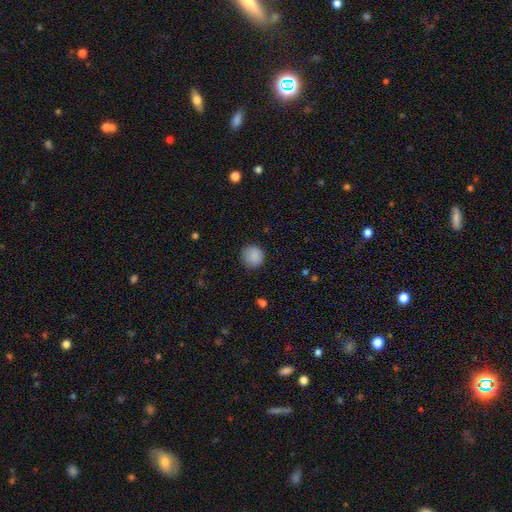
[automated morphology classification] Smooth or featured?
  - smooth: 88% *
  - star or artifact: 8%
  - featured or disk: 3%
How rounded?
  - round: 93% *
  - in between: 6%
  - cigar-shaped: 1%
Merging?
  - none: 89% *
  - minor disturbance: 8%
  - major disturbance: 2%
  - merger: 1%